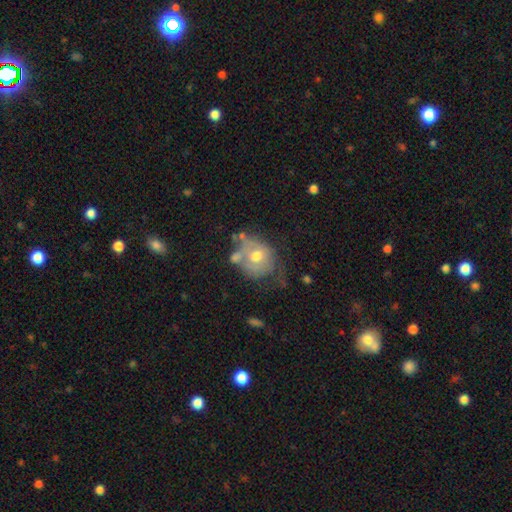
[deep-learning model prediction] smooth_or_featured: featured or disk (p=0.46) [alt: smooth p=0.45]
merging: none (p=0.37) [alt: minor disturbance p=0.27]